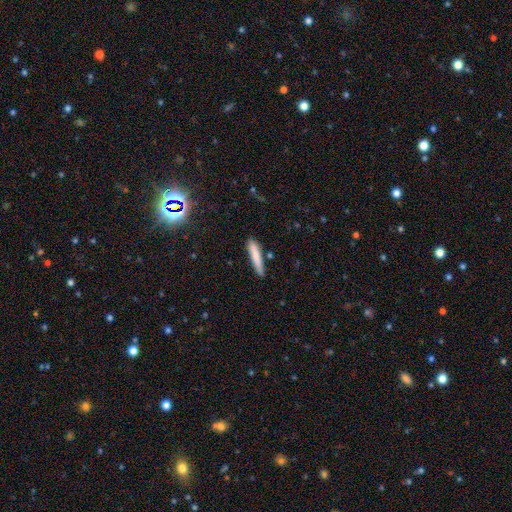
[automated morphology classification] Overall: smooth (80%). How rounded: cigar-shaped (91%). Merging: none (83%).